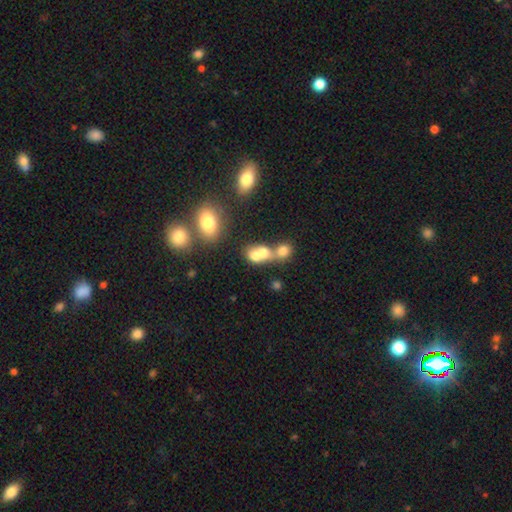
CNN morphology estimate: A smooth galaxy with no disk features (69%) that is round (59%). Merging: merger (69%).